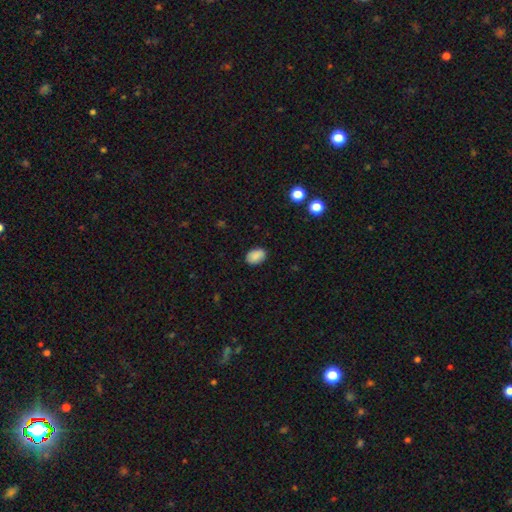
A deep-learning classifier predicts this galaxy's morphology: This appears to be a smooth galaxy with no disk features (89%) that is in between round and cigar-shaped (84%). Merging: none (87%).